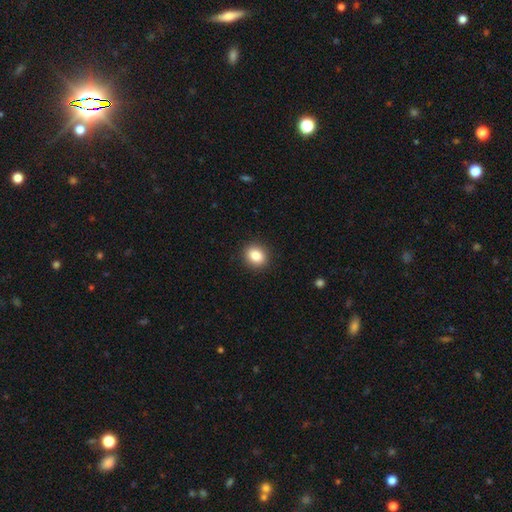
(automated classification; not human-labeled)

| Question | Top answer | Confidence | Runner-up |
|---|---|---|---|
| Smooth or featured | smooth | 85% | star or artifact (9%) |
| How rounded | round | 71% | in between (29%) |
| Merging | none | 92% | minor disturbance (6%) |